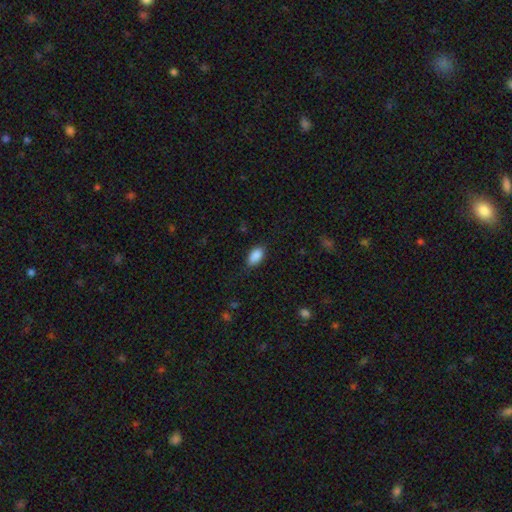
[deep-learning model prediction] smooth-or-featured: smooth: 89% | star or artifact: 7% | featured or disk: 4%
  how-rounded: in between: 92% | round: 5% | cigar-shaped: 3%
  merging: none: 79% | minor disturbance: 16% | major disturbance: 3% | merger: 1%